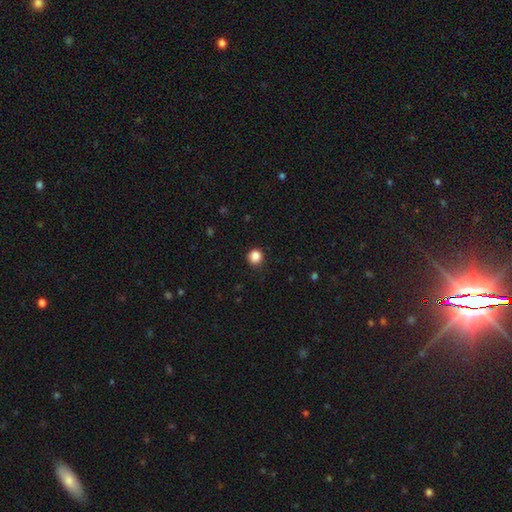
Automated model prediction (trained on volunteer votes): This is clearly a smooth galaxy (86%). How rounded: clearly round (89%). Merging: clearly none (87%).